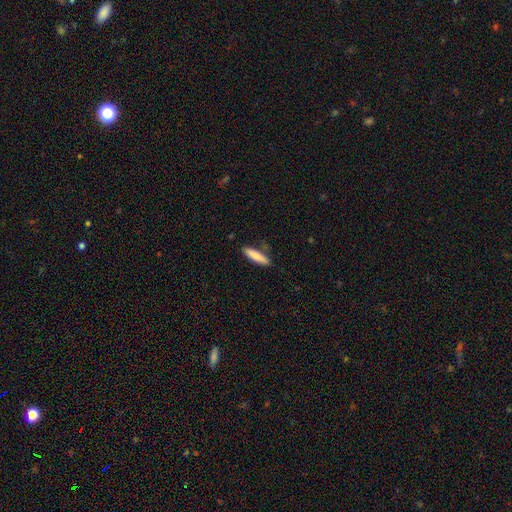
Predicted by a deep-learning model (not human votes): A smooth galaxy with no disk features (84%) that is cigar-shaped (77%). Merging: none (81%).